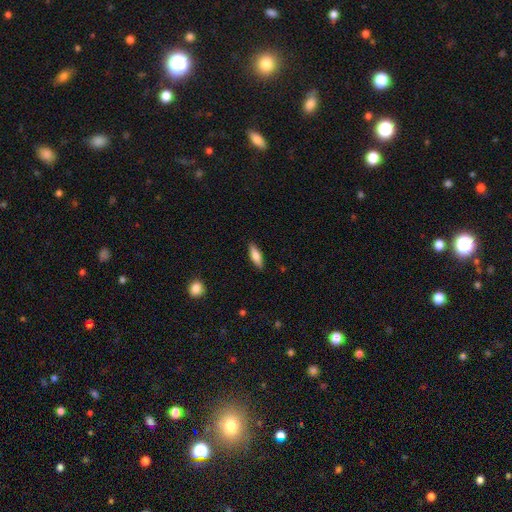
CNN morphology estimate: This is likely a smooth galaxy (72%). How rounded: possibly cigar-shaped (50%). Merging: clearly none (89%).